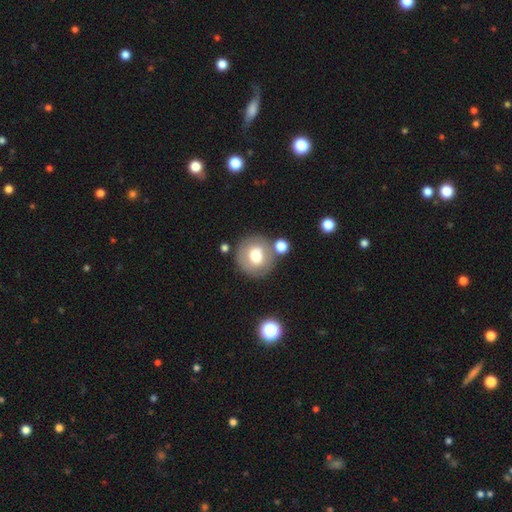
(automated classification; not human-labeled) This is likely a smooth galaxy (65%). How rounded: clearly round (90%). Merging: likely none (74%).